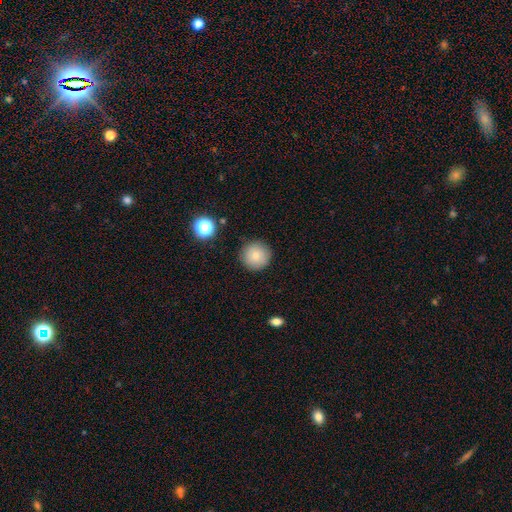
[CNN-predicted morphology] Smooth or featured? smooth (80%)
How rounded? round (96%)
Merging? none (89%)